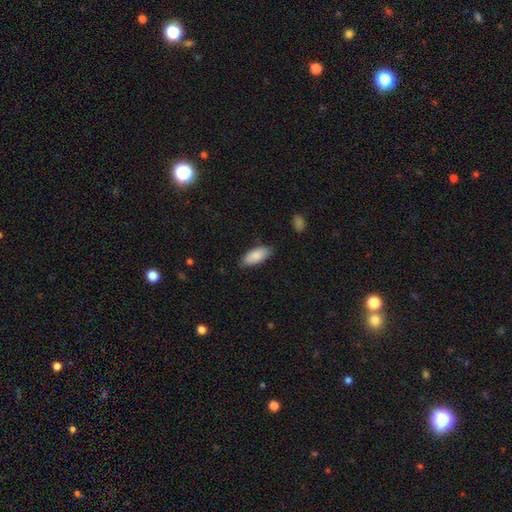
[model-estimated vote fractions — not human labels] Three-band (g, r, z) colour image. It shows a smooth galaxy with no disk features (86%) that is in between round and cigar-shaped (86%). Merging: none (82%).